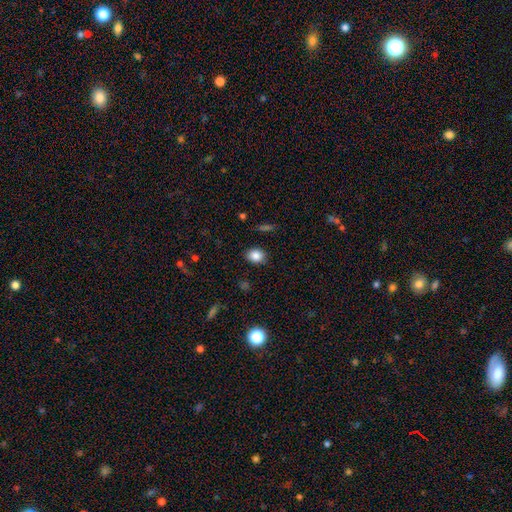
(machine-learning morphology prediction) smooth_or_featured: smooth (p=0.85) [alt: star or artifact p=0.09]
how_rounded: in between (p=0.55) [alt: round p=0.44]
merging: none (p=0.87) [alt: minor disturbance p=0.09]